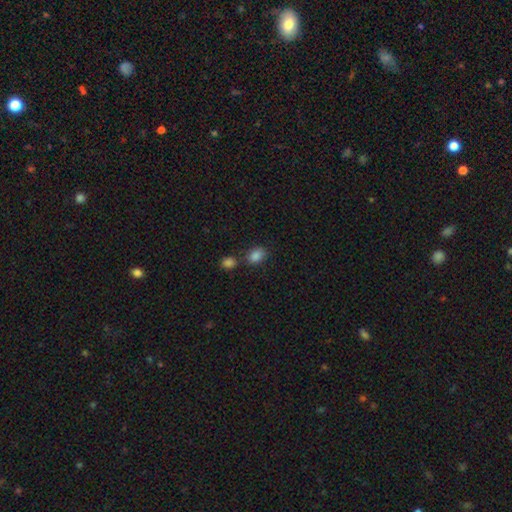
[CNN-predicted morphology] smooth-or-featured: smooth: 85% | star or artifact: 10% | featured or disk: 5%
  how-rounded: in between: 76% | round: 23% | cigar-shaped: 1%
  merging: none: 61% | merger: 21% | minor disturbance: 14% | major disturbance: 4%